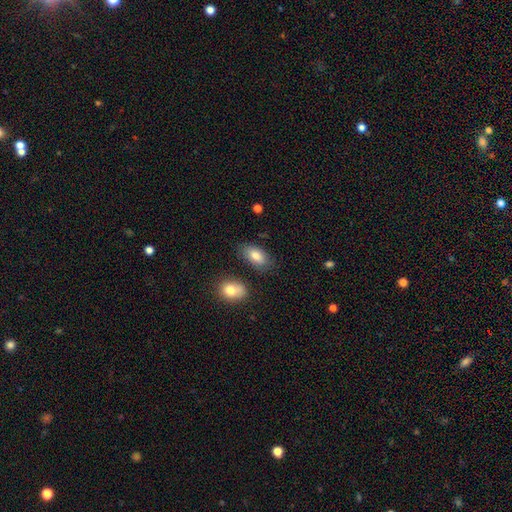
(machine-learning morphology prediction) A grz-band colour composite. It shows a smooth galaxy with no disk features (82%) that is in between round and cigar-shaped (93%). Merging: none (76%).